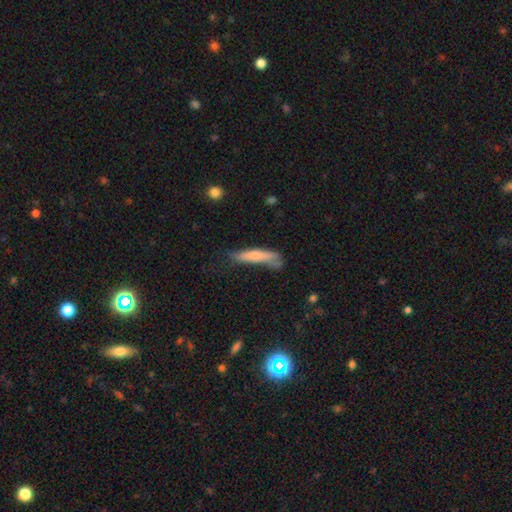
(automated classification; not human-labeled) Smooth or featured? Predicted: smooth (p=0.70). How rounded? Predicted: cigar-shaped (p=0.87). Merging? Predicted: none (p=0.48).